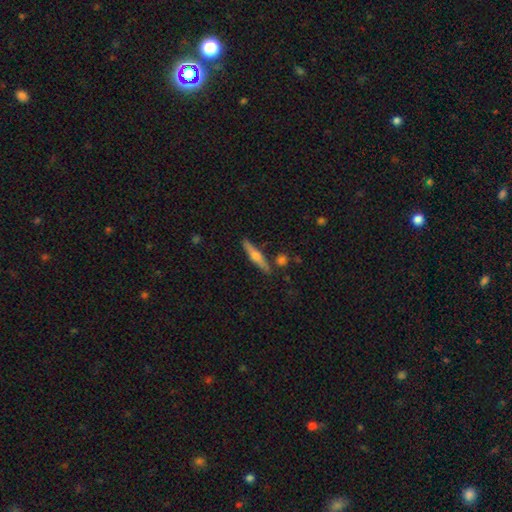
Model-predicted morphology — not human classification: Smooth or featured: featured or disk — 54% (smooth — 40%)
Edge-on disk: yes — 95% (no — 5%)
Edge-on bulge: rounded — 89% (none — 7%)
Merging: none — 85% (minor disturbance — 9%)